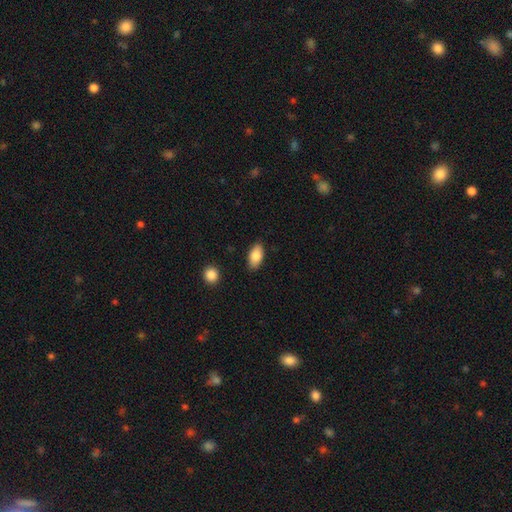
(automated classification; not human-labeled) Overall: smooth (84%). How rounded: in between (92%). Merging: none (86%).